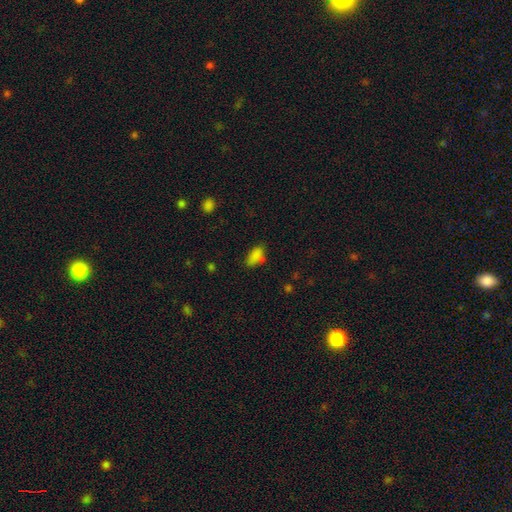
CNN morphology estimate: Smooth or featured? smooth (80%)
How rounded? in between (89%)
Merging? none (58%)